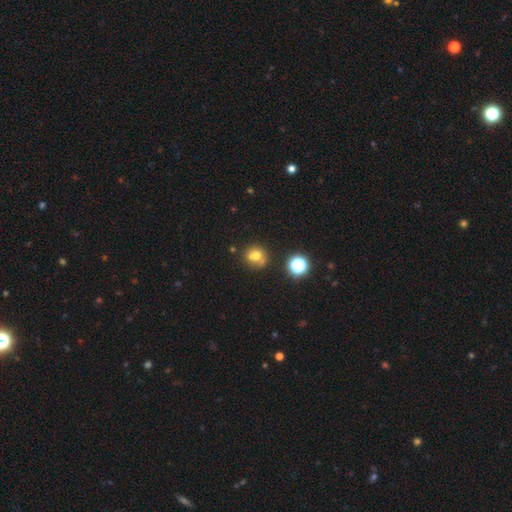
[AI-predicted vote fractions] This appears to be a smooth galaxy with no disk features (67%) that is round (73%). Merging: none (51%).